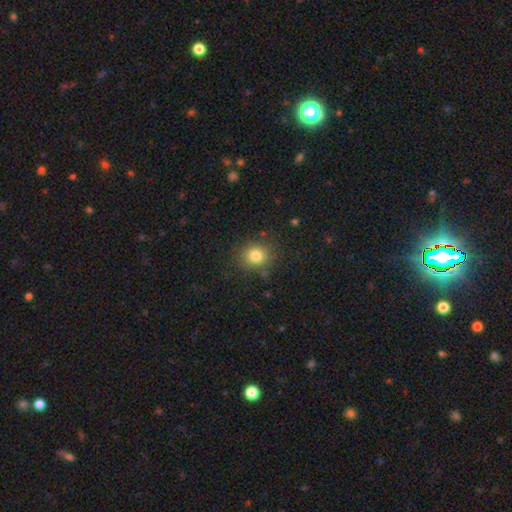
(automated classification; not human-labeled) A smooth galaxy with no disk features (81%) that is round (76%). Merging: none (82%).